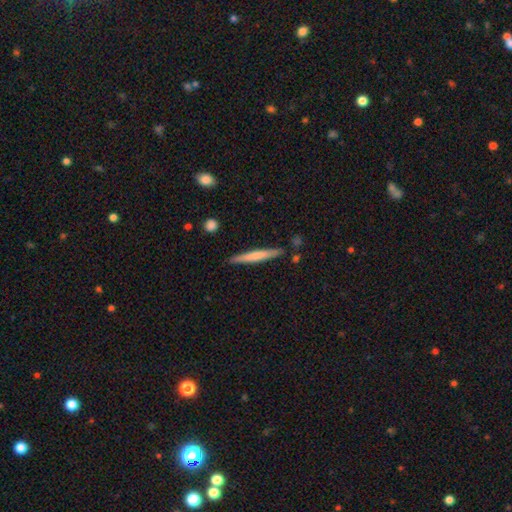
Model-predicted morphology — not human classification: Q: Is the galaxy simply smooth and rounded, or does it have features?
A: smooth — 59%.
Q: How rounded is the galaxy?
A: cigar-shaped — 96%.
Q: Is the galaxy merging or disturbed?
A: none — 87%.